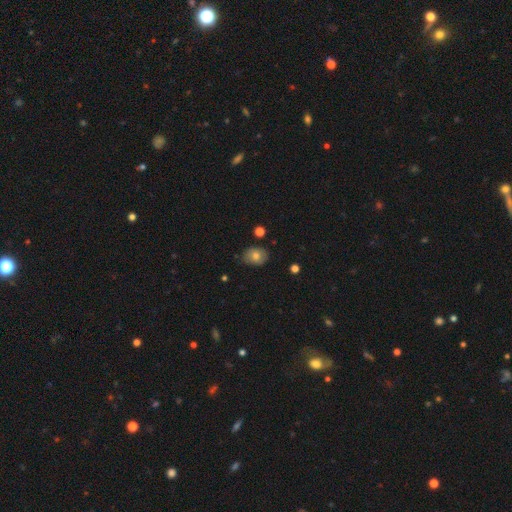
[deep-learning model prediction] This is likely a smooth galaxy (70%). How rounded: likely in between (63%). Merging: likely none (75%).